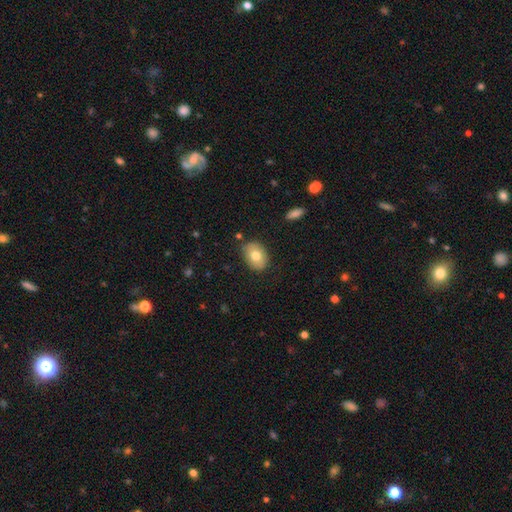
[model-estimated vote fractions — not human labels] This is likely a smooth galaxy (76%). How rounded: likely in between (75%). Merging: clearly none (83%).